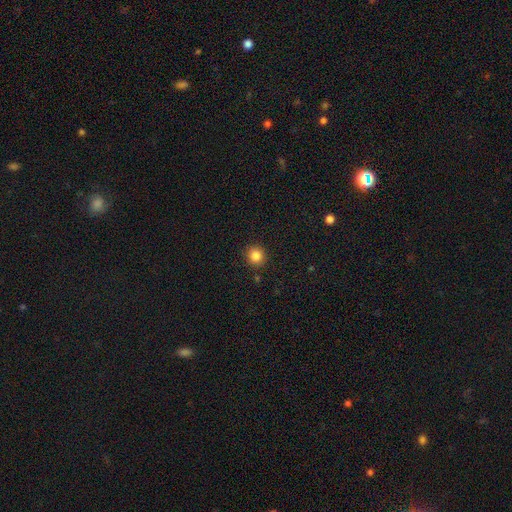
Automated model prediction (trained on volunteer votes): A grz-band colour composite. It shows a smooth galaxy with no disk features (85%) that is round (91%). Merging: none (90%).